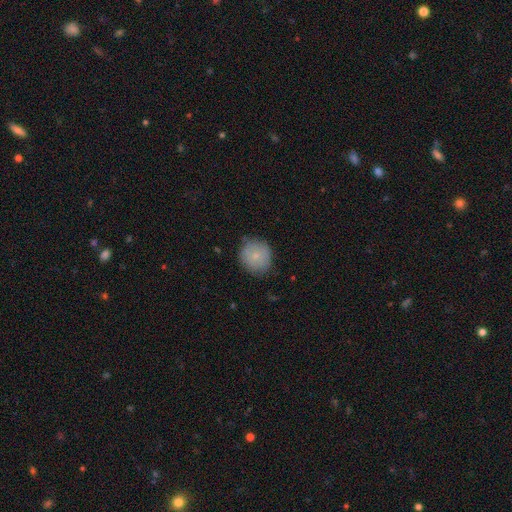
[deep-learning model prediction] smooth 80%, featured or disk 12%, star or artifact 8%. Down the decision tree: how rounded — round (91%); merging — none (80%).